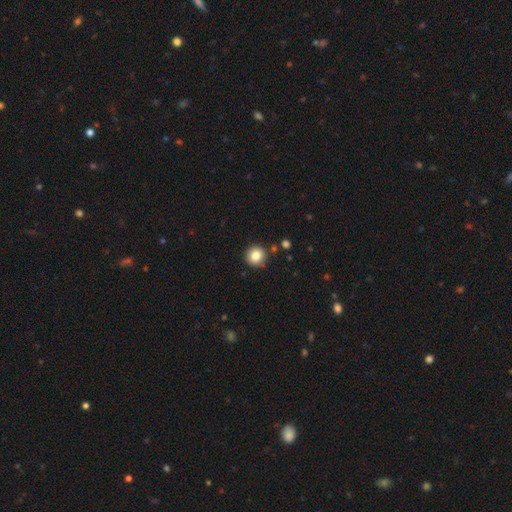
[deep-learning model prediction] A smooth galaxy with no disk features (83%) that is round (94%).

Vote fractions:
- Smooth or featured? smooth: 83% / star or artifact: 10% / featured or disk: 7%
- How rounded? round: 94% / in between: 5% / cigar-shaped: 1%
- Merging? none: 88% / minor disturbance: 7% / merger: 3% / major disturbance: 2%